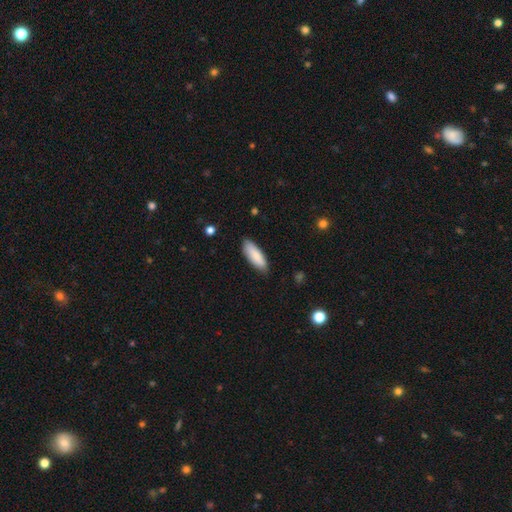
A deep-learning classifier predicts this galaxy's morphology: Smooth or featured? Predicted: smooth (p=0.86). How rounded? Predicted: in between (p=0.60). Merging? Predicted: none (p=0.84).